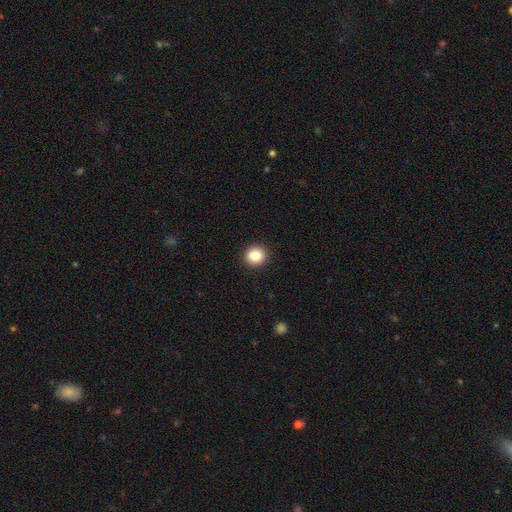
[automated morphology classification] This is clearly a smooth galaxy (86%). How rounded: clearly round (86%). Merging: clearly none (92%).